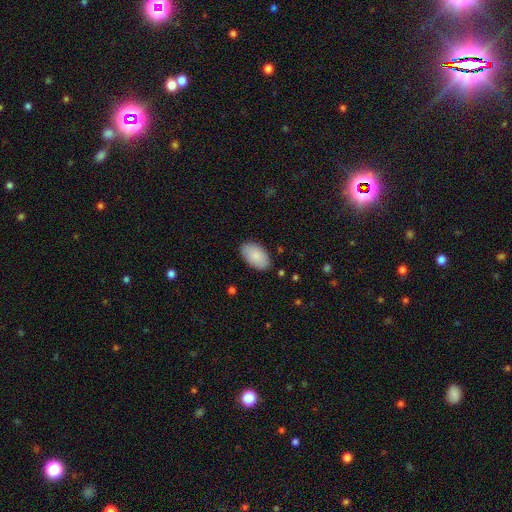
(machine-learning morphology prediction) Overall: smooth (88%). How rounded: in between (95%). Merging: none (86%).